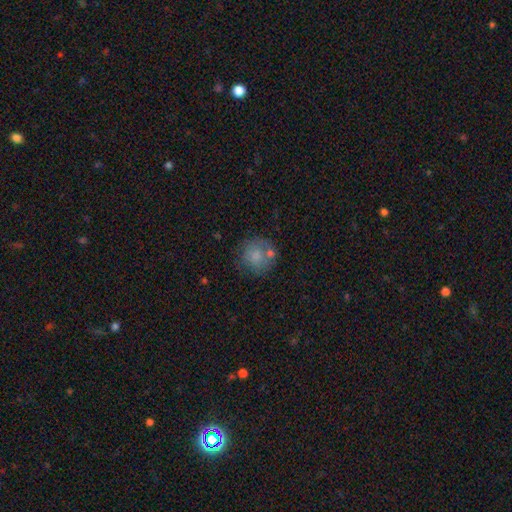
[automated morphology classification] This is likely a smooth galaxy (73%). How rounded: clearly round (88%). Merging: likely none (60%).